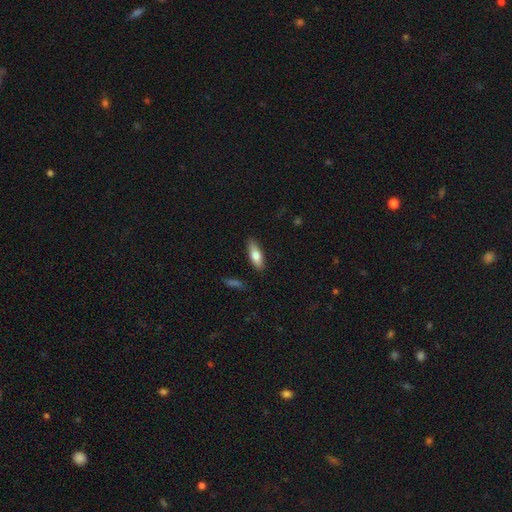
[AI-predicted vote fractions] smooth_or_featured: smooth (p=0.74) [alt: featured or disk p=0.20]
how_rounded: in between (p=0.61) [alt: cigar-shaped p=0.36]
merging: none (p=0.85) [alt: minor disturbance p=0.11]